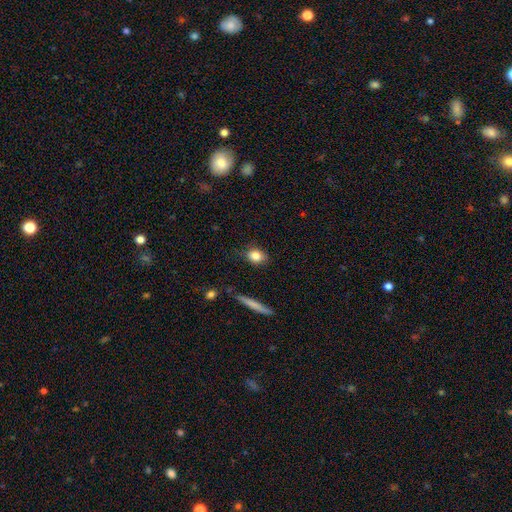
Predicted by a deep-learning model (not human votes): smooth 82%, featured or disk 10%, star or artifact 8%. Down the decision tree: how rounded — in between (52%); merging — none (80%).